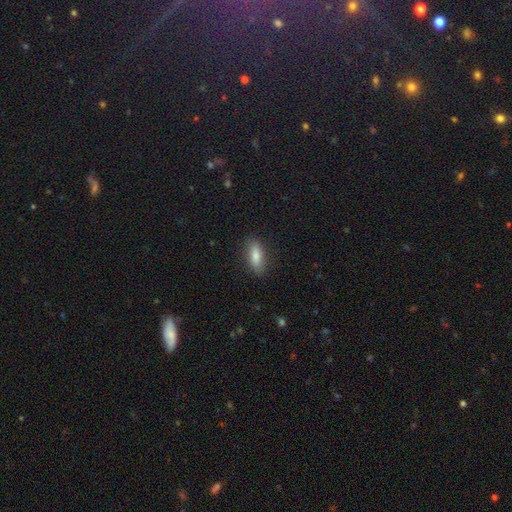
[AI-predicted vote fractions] smooth-or-featured: smooth: 81% | featured or disk: 12% | star or artifact: 7%
  how-rounded: in between: 77% | cigar-shaped: 20% | round: 3%
  merging: none: 85% | minor disturbance: 11% | major disturbance: 2% | merger: 1%